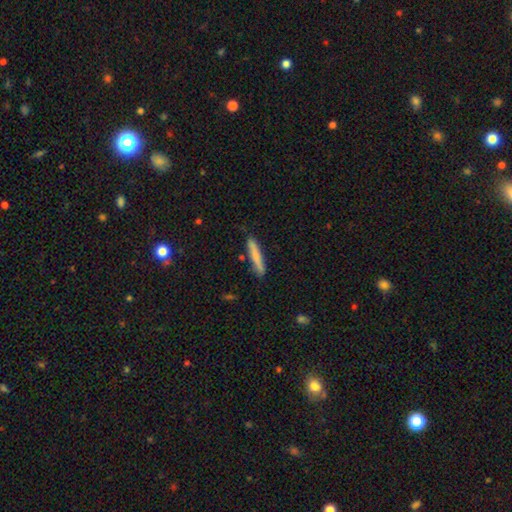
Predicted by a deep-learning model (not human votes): Overall: smooth (73%). How rounded: cigar-shaped (93%). Merging: none (84%).